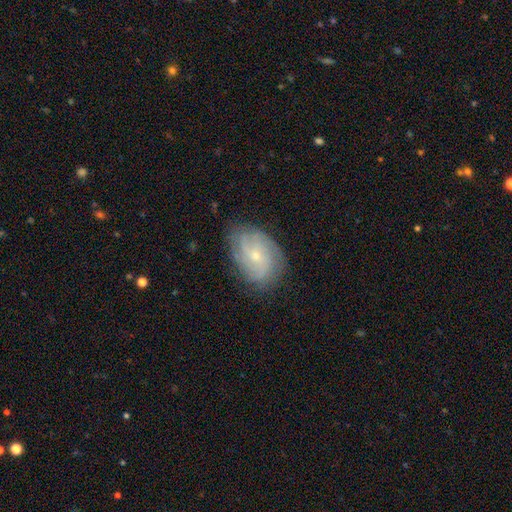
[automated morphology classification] smooth-or-featured: featured or disk: 66% | smooth: 21% | star or artifact: 12%
  disk-edge-on: no: 96% | yes: 4%
    bar: no: 69% | weak: 26% | strong: 5%
    has-spiral-arms: yes: 92% | no: 8%
      spiral-winding: tight: 58% | medium: 31% | loose: 10%
      spiral-arm-count: can't tell: 38% | 3: 19% | 2: 18% | 4: 13% | more than 4: 6% | 1: 6%
    bulge-size: small: 67% | moderate: 29% | none: 2% | large: 1% | dominant: 1%
  merging: none: 80% | minor disturbance: 15% | major disturbance: 4% | merger: 1%